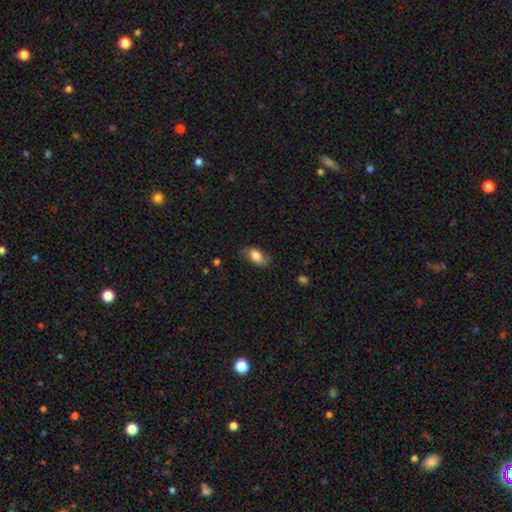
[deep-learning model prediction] Smooth or featured: smooth — 81% (featured or disk — 12%)
How rounded: in between — 91% (round — 6%)
Merging: none — 72% (minor disturbance — 22%)